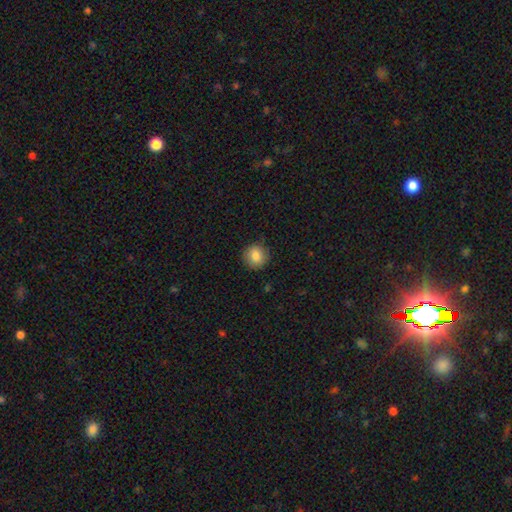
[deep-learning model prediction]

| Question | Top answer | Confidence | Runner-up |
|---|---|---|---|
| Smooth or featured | smooth | 84% | star or artifact (9%) |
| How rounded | round | 92% | in between (7%) |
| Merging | none | 89% | minor disturbance (8%) |